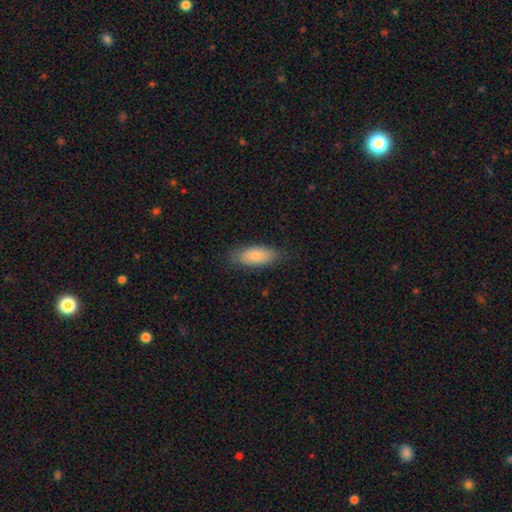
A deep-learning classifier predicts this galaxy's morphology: Q: Smooth or featured?
A: smooth (81%); runner-up: featured or disk (13%)
Q: How rounded?
A: in between (85%); runner-up: cigar-shaped (13%)
Q: Merging?
A: none (79%); runner-up: minor disturbance (16%)